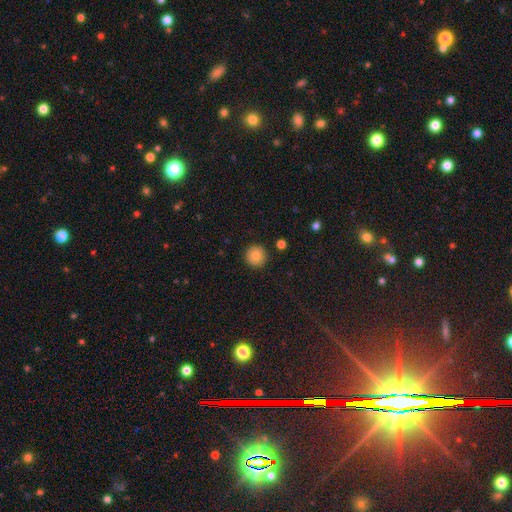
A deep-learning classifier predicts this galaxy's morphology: Smooth or featured: smooth — 84% (star or artifact — 9%)
How rounded: round — 96% (in between — 3%)
Merging: none — 92% (minor disturbance — 5%)